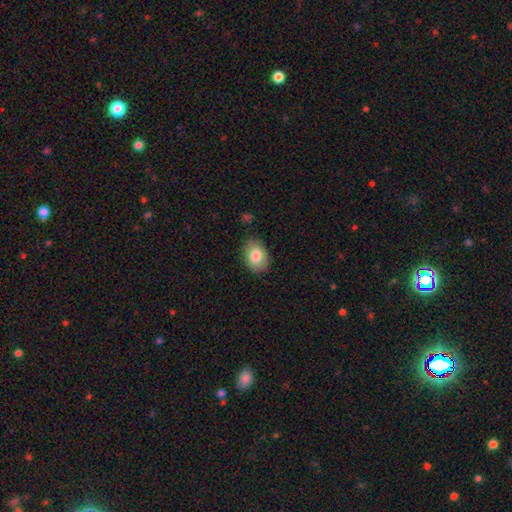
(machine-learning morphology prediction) The model was most divided on "how rounded": in between: 81%, round: 18%, cigar-shaped: 1%. More confident: merging — none (83%); smooth or featured — smooth (82%).